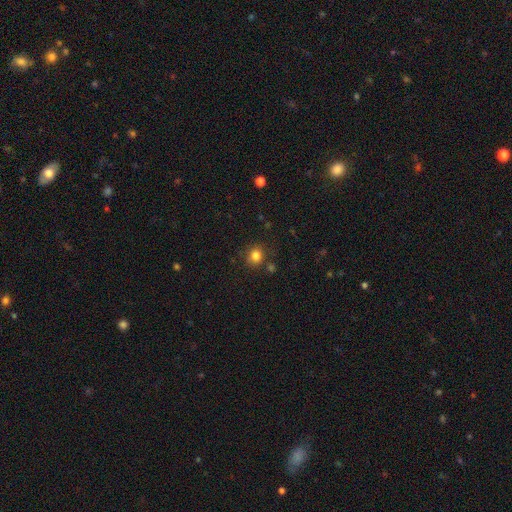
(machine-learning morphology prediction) Overall: smooth (82%). How rounded: round (80%). Merging: none (79%).